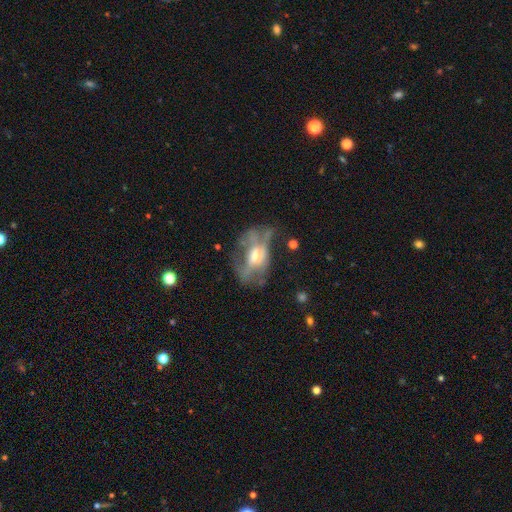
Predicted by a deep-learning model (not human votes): featured or disk 62%, smooth 28%, star or artifact 10%. Down the decision tree: edge-on disk — no (88%); bar — no (67%); spiral arms — no (69%); bulge size — moderate (60%); merging — major disturbance (39%).